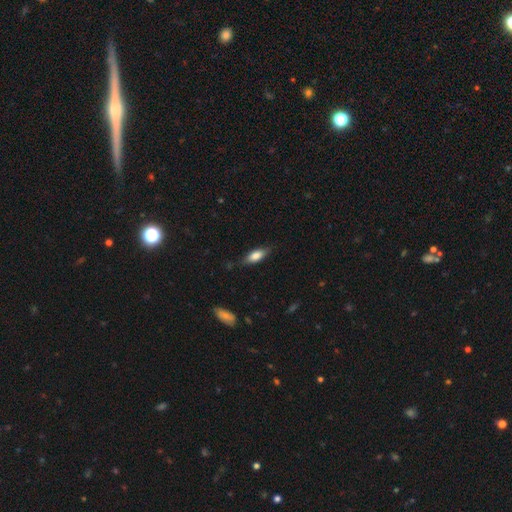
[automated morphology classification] Smooth or featured: smooth — 75% (featured or disk — 19%)
How rounded: in between — 70% (cigar-shaped — 28%)
Merging: none — 76% (minor disturbance — 18%)